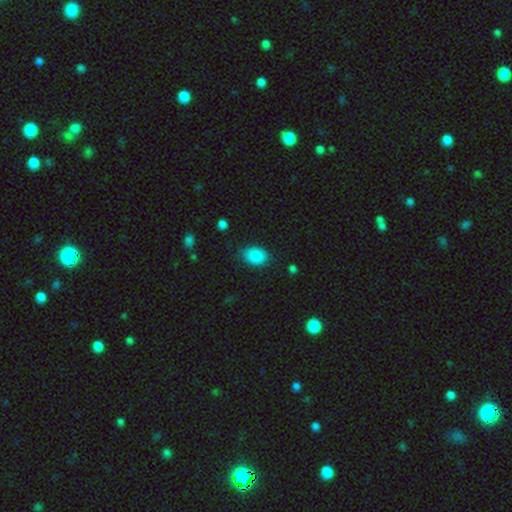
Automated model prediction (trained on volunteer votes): smooth 88%, star or artifact 8%, featured or disk 4%. Down the decision tree: how rounded — in between (78%); merging — none (78%).